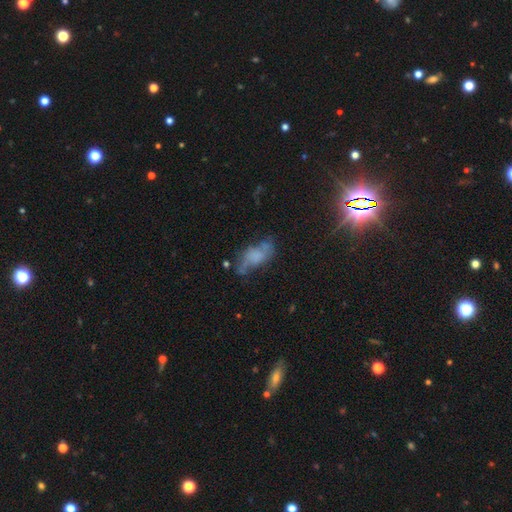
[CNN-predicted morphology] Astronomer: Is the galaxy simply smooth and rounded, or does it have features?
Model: smooth — 45% (runner-up: featured or disk, 40%).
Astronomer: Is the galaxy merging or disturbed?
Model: none — 40% (runner-up: minor disturbance, 28%).